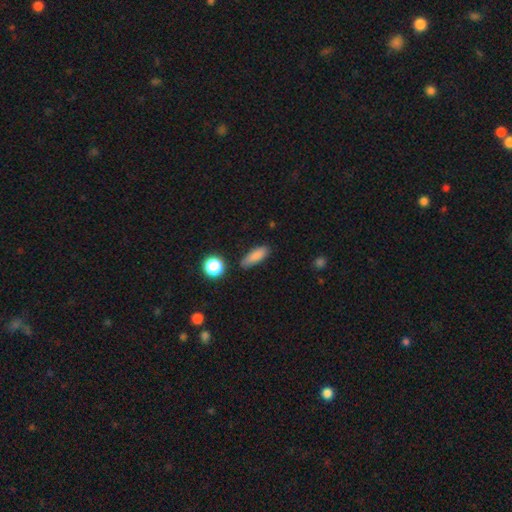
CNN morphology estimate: smooth-or-featured: smooth: 84% | star or artifact: 9% | featured or disk: 7%
  how-rounded: in between: 61% | cigar-shaped: 35% | round: 5%
  merging: none: 81% | minor disturbance: 14% | major disturbance: 3% | merger: 3%